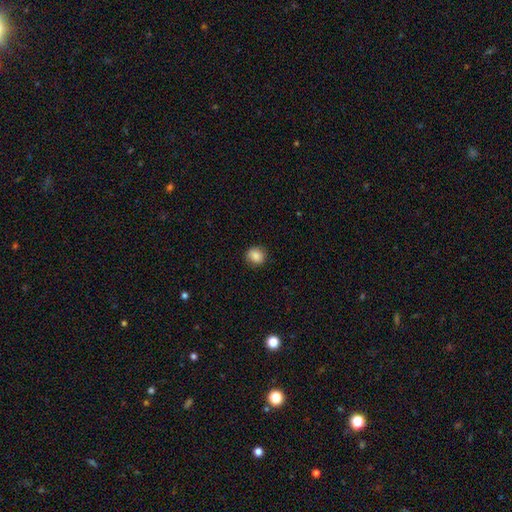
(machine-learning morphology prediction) smooth_or_featured: smooth (p=0.87) [alt: star or artifact p=0.09]
how_rounded: round (p=0.80) [alt: in between p=0.19]
merging: none (p=0.87) [alt: minor disturbance p=0.09]